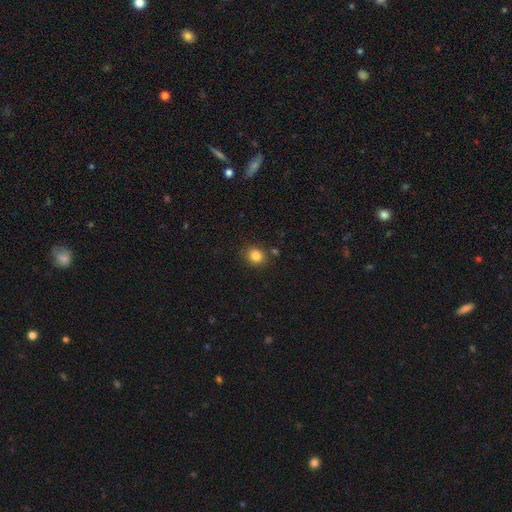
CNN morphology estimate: The model was most divided on "how rounded": round: 76%, in between: 23%, cigar-shaped: 1%. More confident: merging — none (84%); smooth or featured — smooth (83%).